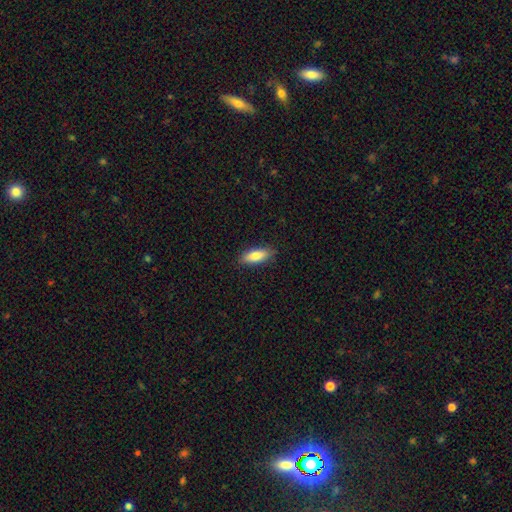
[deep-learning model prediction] A smooth galaxy with no disk features (80%) that is in between round and cigar-shaped (70%). Merging: none (86%).